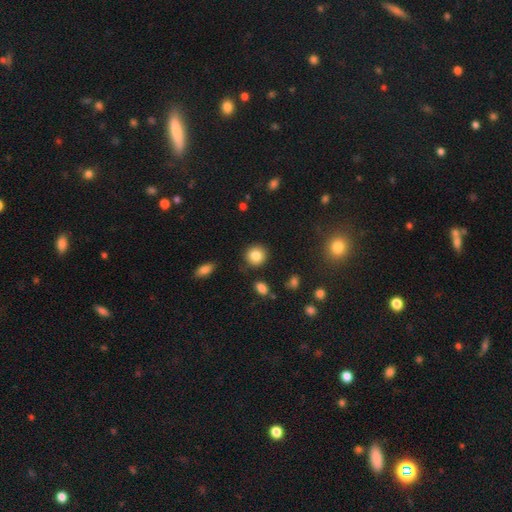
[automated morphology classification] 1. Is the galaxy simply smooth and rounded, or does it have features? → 84% smooth, 9% star or artifact, 7% featured or disk.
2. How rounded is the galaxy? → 88% round, 11% in between, 1% cigar-shaped.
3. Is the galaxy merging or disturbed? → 87% none, 8% minor disturbance, 3% merger, 2% major disturbance.